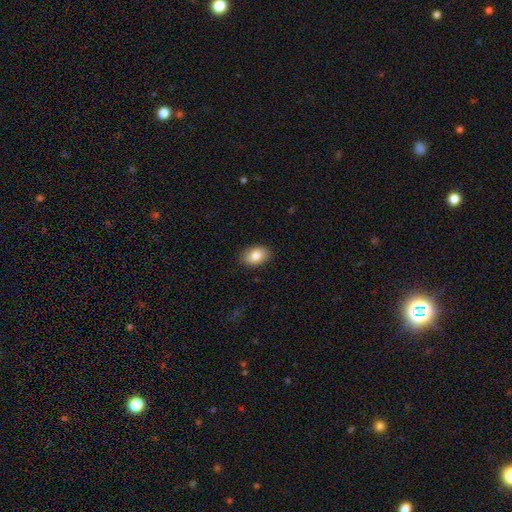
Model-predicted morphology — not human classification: Smooth or featured?
  - smooth: 85% *
  - featured or disk: 8%
  - star or artifact: 7%
How rounded?
  - in between: 85% *
  - round: 14%
  - cigar-shaped: 1%
Merging?
  - none: 89% *
  - minor disturbance: 8%
  - major disturbance: 2%
  - merger: 1%